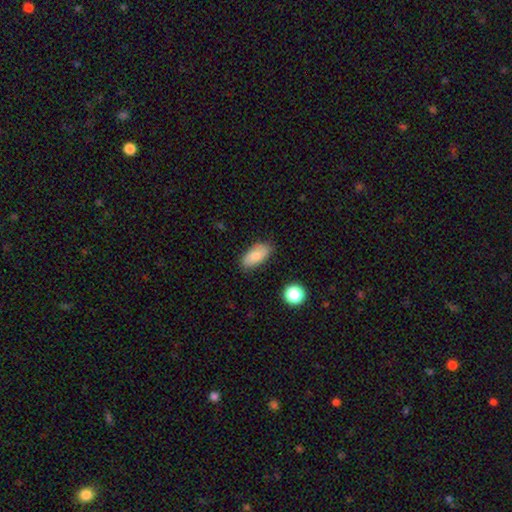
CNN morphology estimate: Overall: smooth (79%). How rounded: in between (92%). Merging: none (80%).